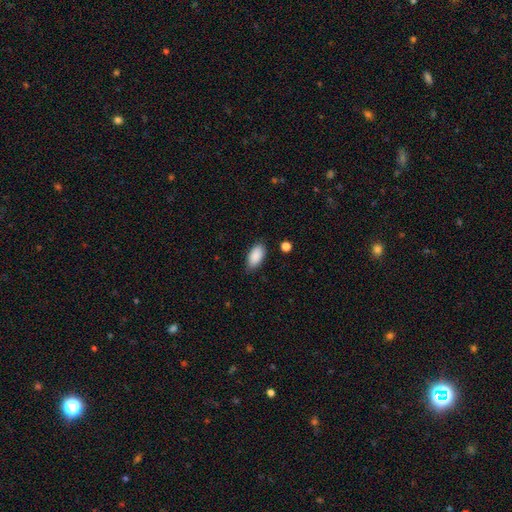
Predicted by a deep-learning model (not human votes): smooth_or_featured: smooth (p=0.89) [alt: star or artifact p=0.07]
how_rounded: in between (p=0.93) [alt: cigar-shaped p=0.04]
merging: none (p=0.80) [alt: minor disturbance p=0.15]